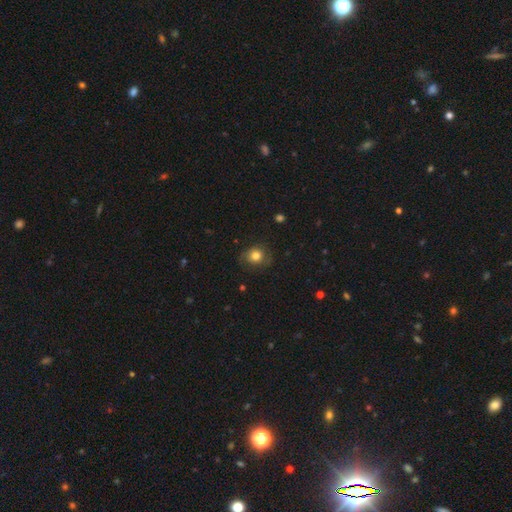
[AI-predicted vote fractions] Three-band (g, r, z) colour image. It shows a smooth galaxy with no disk features (76%) that is round (72%). Merging: none (73%).